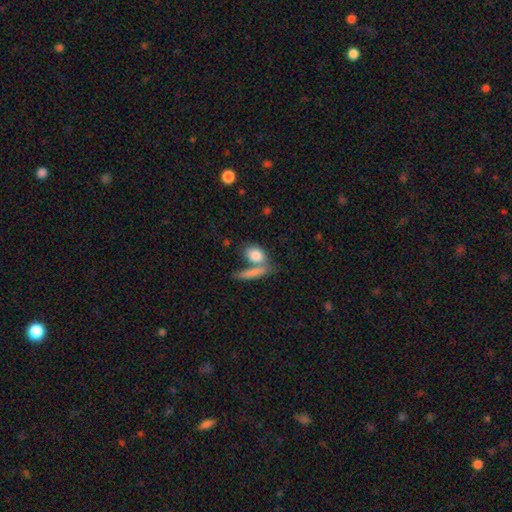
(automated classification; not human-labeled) Smooth or featured? smooth (81%)
How rounded? in between (65%)
Merging? none (44%)